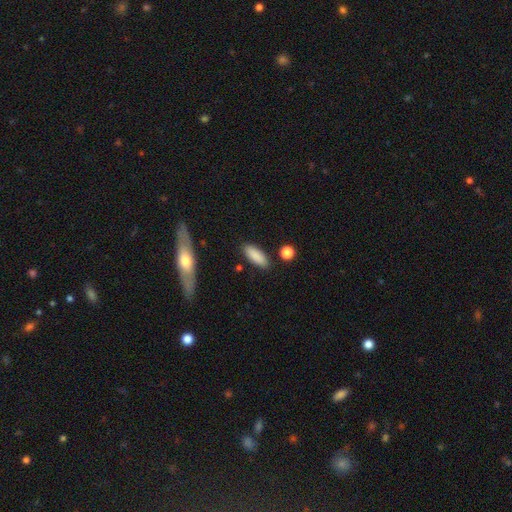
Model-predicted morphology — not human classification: A smooth galaxy with no disk features (87%) that is in between round and cigar-shaped (71%).

Vote fractions:
- Smooth or featured? smooth: 87% / featured or disk: 7% / star or artifact: 6%
- How rounded? in between: 71% / cigar-shaped: 27% / round: 2%
- Merging? none: 84% / minor disturbance: 10% / merger: 3% / major disturbance: 3%